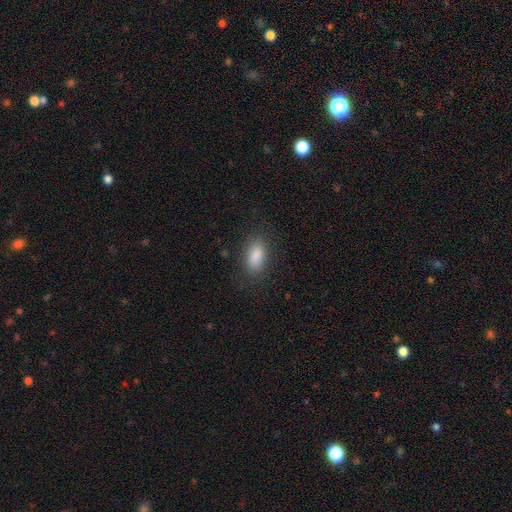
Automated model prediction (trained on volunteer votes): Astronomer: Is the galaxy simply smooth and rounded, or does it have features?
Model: smooth — 86%.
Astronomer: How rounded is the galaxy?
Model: in between — 88%.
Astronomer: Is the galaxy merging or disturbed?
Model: none — 84%.